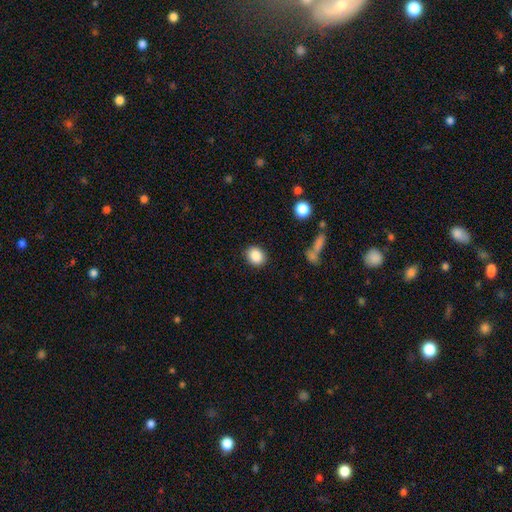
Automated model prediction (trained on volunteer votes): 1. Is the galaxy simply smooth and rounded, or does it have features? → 88% smooth, 8% star or artifact, 4% featured or disk.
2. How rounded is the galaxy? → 60% round, 39% in between, 1% cigar-shaped.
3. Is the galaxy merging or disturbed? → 89% none, 7% minor disturbance, 2% major disturbance, 1% merger.